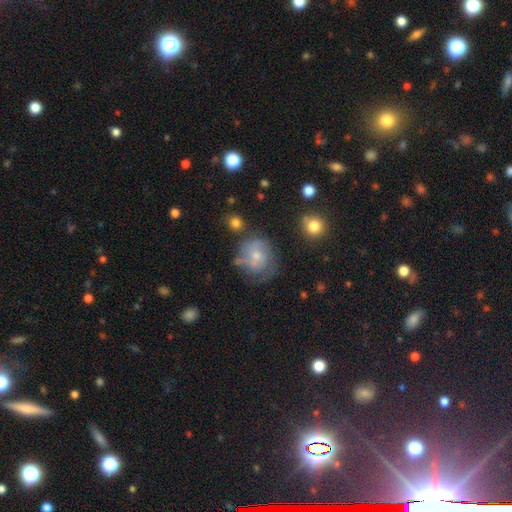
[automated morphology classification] Smooth or featured: featured or disk — 49% (smooth — 41%)
Merging: none — 47% (minor disturbance — 26%)